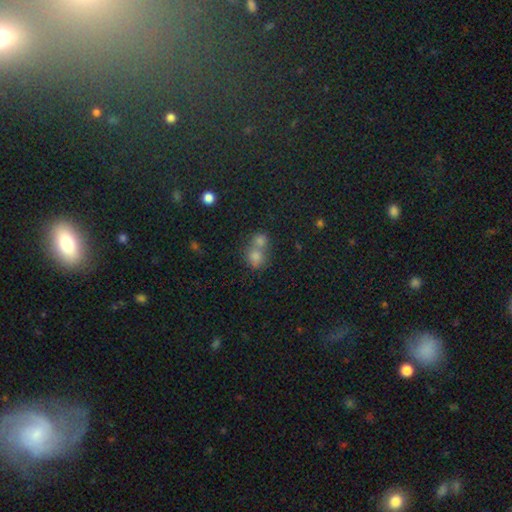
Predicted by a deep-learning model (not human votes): smooth 71%, star or artifact 17%, featured or disk 12%. Down the decision tree: how rounded — round (73%); merging — merger (60%).